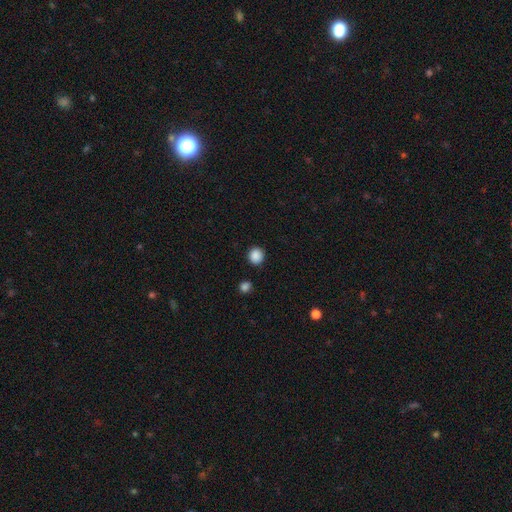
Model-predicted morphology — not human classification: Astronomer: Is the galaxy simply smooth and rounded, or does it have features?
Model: smooth — 88%.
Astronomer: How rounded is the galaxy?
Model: round — 89%.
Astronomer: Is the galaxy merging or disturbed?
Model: none — 88%.